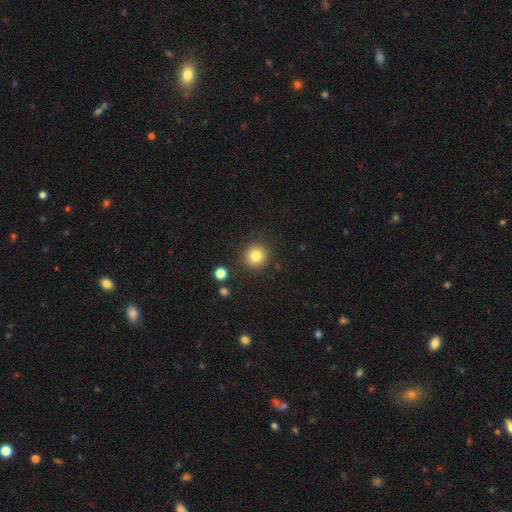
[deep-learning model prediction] smooth_or_featured: smooth (p=0.81) [alt: star or artifact p=0.12]
how_rounded: round (p=0.93) [alt: in between p=0.06]
merging: none (p=0.88) [alt: minor disturbance p=0.07]